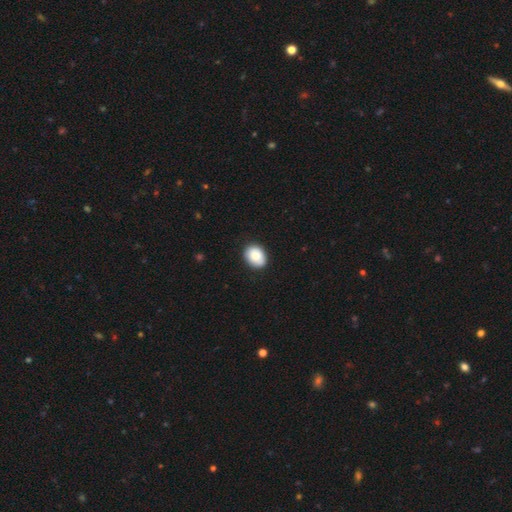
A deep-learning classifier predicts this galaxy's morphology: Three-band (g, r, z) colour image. It shows a smooth galaxy with no disk features (85%) that is in between round and cigar-shaped (63%). Merging: none (87%).